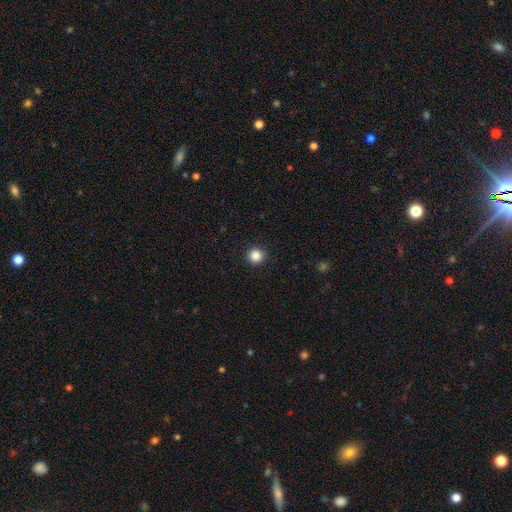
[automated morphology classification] This appears to be a smooth galaxy with no disk features (85%) that is round (95%). Merging: none (93%).